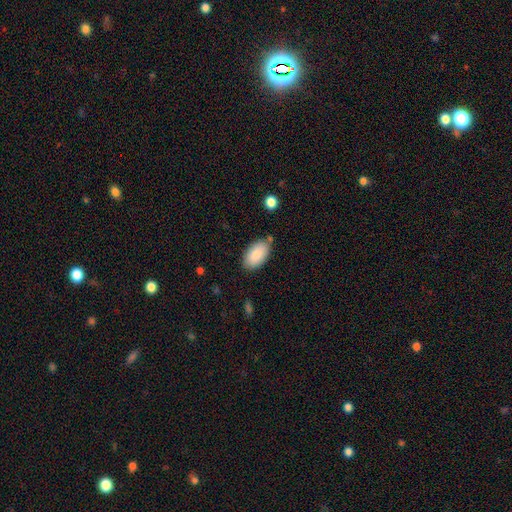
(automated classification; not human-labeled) Smooth or featured: smooth — 89% (star or artifact — 6%)
How rounded: in between — 96% (round — 2%)
Merging: none — 78% (minor disturbance — 15%)